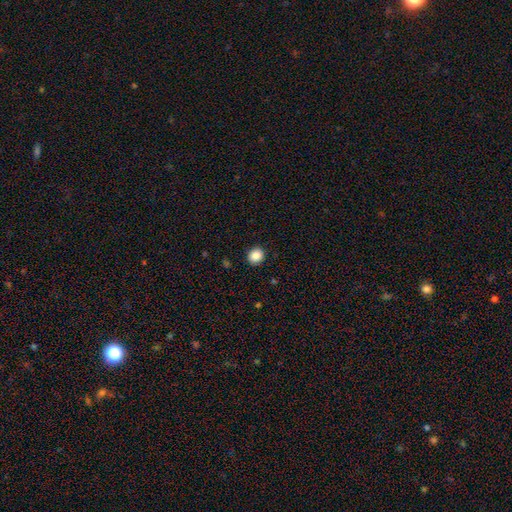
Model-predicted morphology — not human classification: smooth 87%, star or artifact 9%, featured or disk 4%. Down the decision tree: how rounded — round (76%); merging — none (92%).